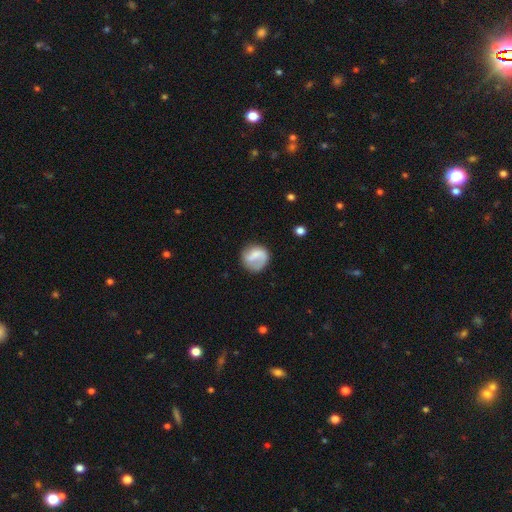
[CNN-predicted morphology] Smooth or featured? smooth (52%)
How rounded? round (84%)
Merging? none (66%)